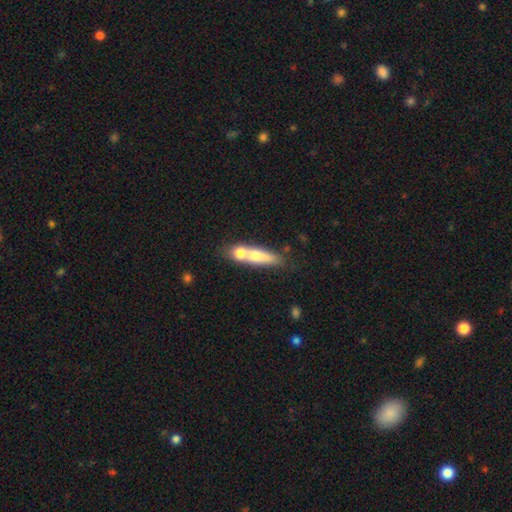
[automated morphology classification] A smooth galaxy with no disk features (60%) that is cigar-shaped (69%).

Vote fractions:
- Smooth or featured? smooth: 60% / featured or disk: 32% / star or artifact: 7%
- How rounded? cigar-shaped: 69% / in between: 26% / round: 5%
- Merging? merger: 43% / none: 40% / minor disturbance: 12% / major disturbance: 5%